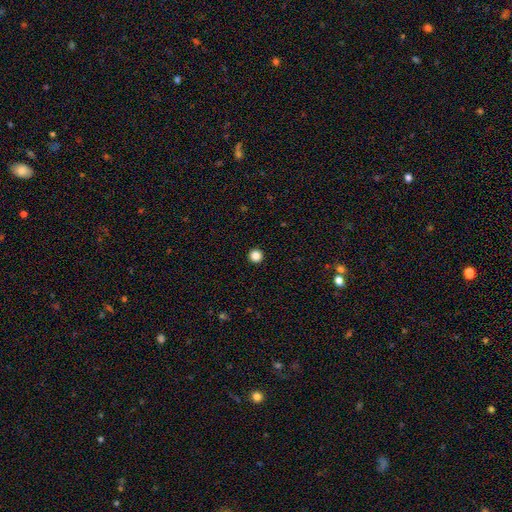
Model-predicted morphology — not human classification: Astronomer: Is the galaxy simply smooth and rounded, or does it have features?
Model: smooth — 86%.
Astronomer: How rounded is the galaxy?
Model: round — 96%.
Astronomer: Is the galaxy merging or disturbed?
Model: none — 94%.